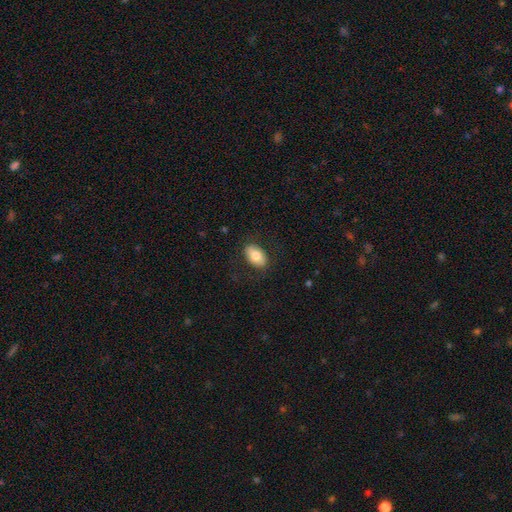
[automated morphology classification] Smooth or featured? Predicted: smooth (p=0.79). How rounded? Predicted: in between (p=0.90). Merging? Predicted: none (p=0.84).